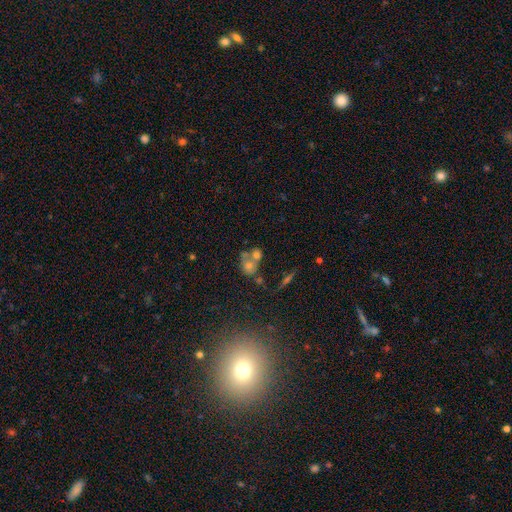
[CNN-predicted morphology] Smooth or featured? smooth (53%)
How rounded? round (56%)
Merging? merger (52%)